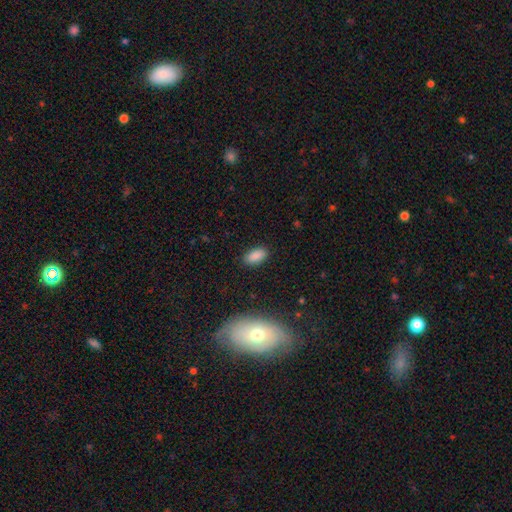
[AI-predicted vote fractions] A smooth galaxy with no disk features (87%) that is in between round and cigar-shaped (92%). Merging: none (87%).